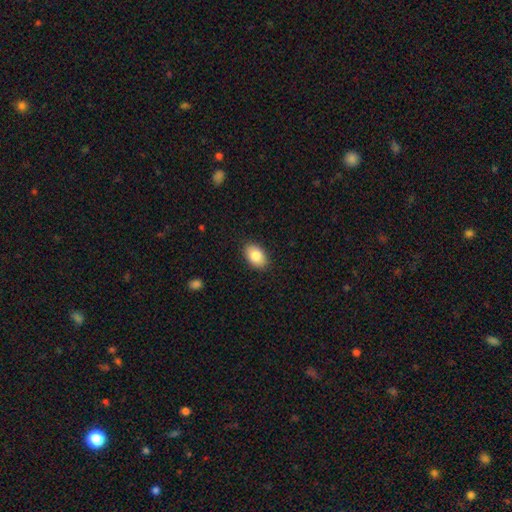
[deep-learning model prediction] A smooth galaxy with no disk features (84%) that is in between round and cigar-shaped (89%).

Vote fractions:
- Smooth or featured? smooth: 84% / featured or disk: 9% / star or artifact: 7%
- How rounded? in between: 89% / round: 10% / cigar-shaped: 1%
- Merging? none: 89% / minor disturbance: 9% / major disturbance: 2% / merger: 1%